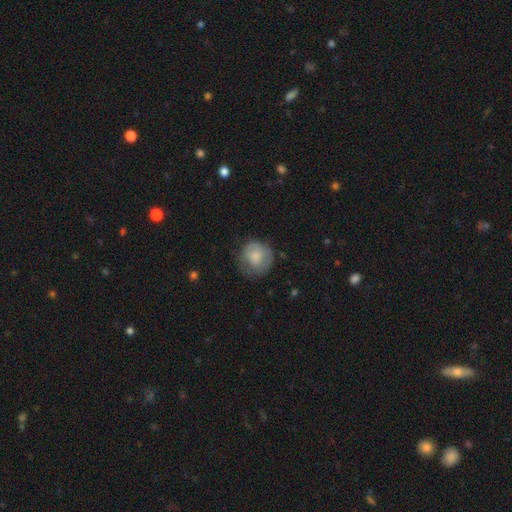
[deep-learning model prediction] Smooth or featured? smooth (68%)
How rounded? round (86%)
Merging? none (62%)